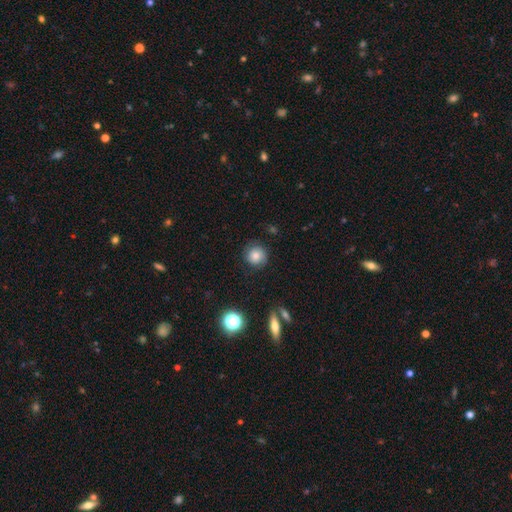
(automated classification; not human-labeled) Overall: smooth (71%). How rounded: round (90%). Merging: none (79%).